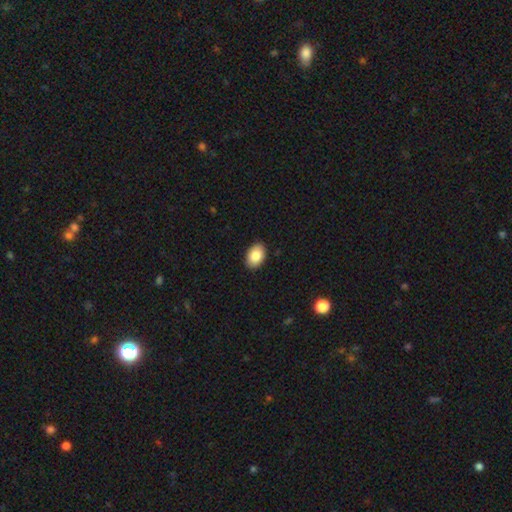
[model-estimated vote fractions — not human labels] A smooth galaxy with no disk features (86%) that is in between round and cigar-shaped (87%).

Vote fractions:
- Smooth or featured? smooth: 86% / featured or disk: 7% / star or artifact: 7%
- How rounded? in between: 87% / round: 12% / cigar-shaped: 1%
- Merging? none: 90% / minor disturbance: 8% / major disturbance: 2% / merger: 1%